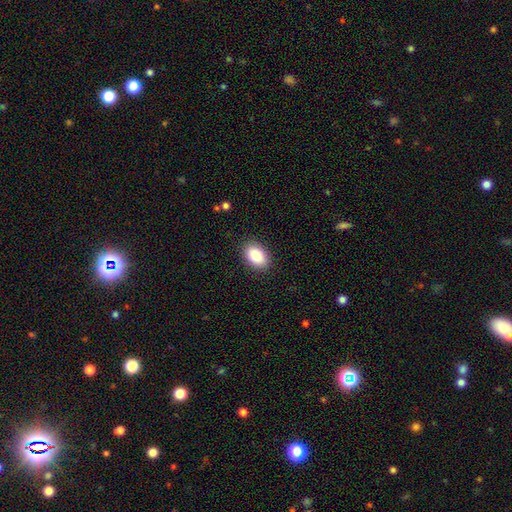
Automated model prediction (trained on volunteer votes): A smooth galaxy with no disk features (88%) that is in between round and cigar-shaped (88%). Merging: none (88%).